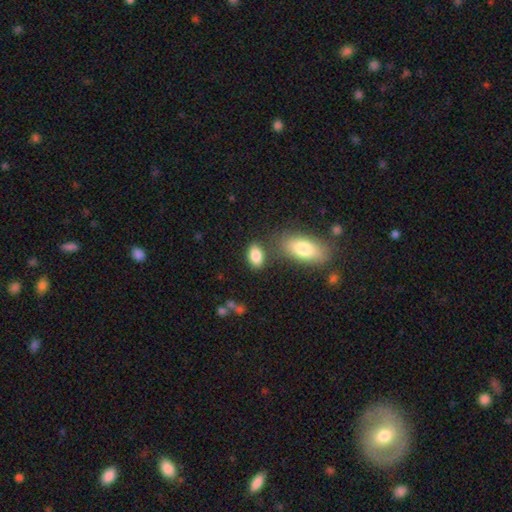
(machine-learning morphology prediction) The model was most divided on "merging": none: 71%, minor disturbance: 14%, merger: 11%, major disturbance: 4%. More confident: how rounded — in between (90%); smooth or featured — smooth (85%).